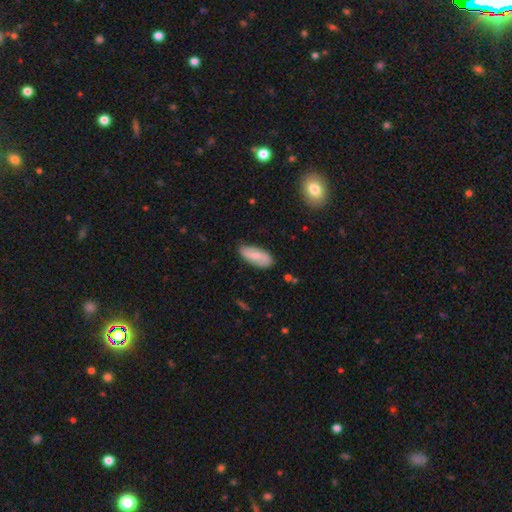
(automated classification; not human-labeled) A smooth galaxy with no disk features (51%) that is in between round and cigar-shaped (83%). Merging: none (80%).